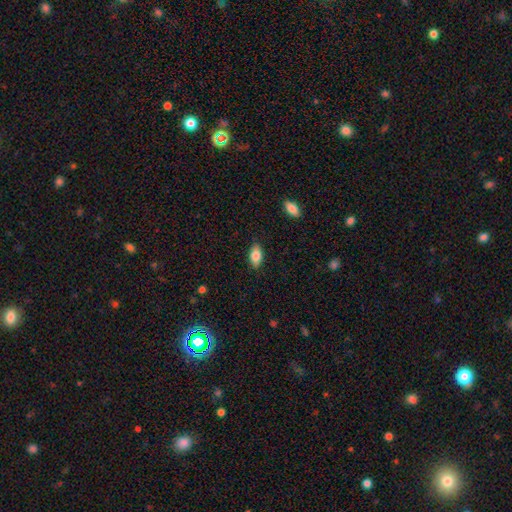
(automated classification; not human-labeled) Q: Smooth or featured?
A: smooth (81%); runner-up: featured or disk (12%)
Q: How rounded?
A: in between (89%); runner-up: cigar-shaped (8%)
Q: Merging?
A: none (85%); runner-up: minor disturbance (11%)